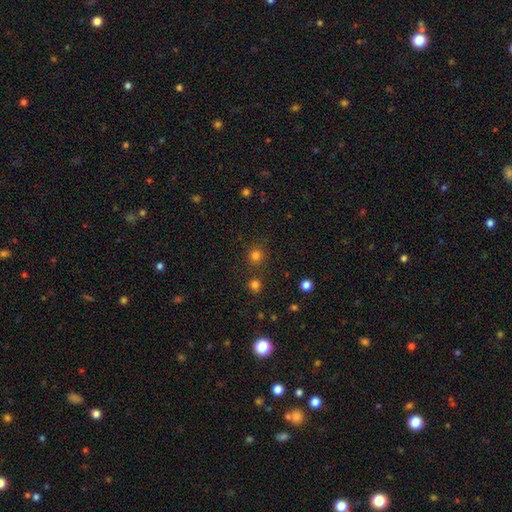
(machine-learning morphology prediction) This is likely a smooth galaxy (78%). How rounded: clearly round (92%). Merging: clearly none (81%).